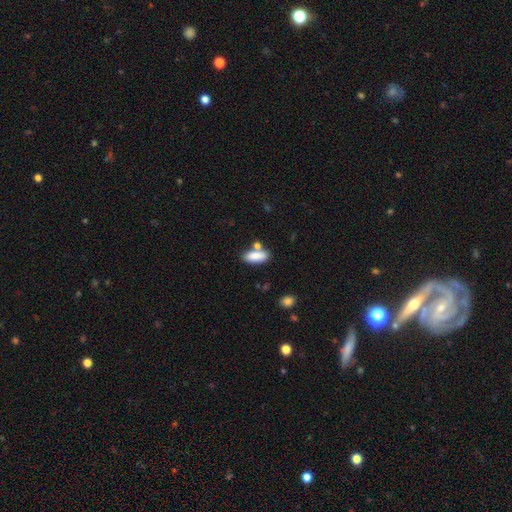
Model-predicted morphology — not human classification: This appears to be a smooth galaxy with no disk features (86%) that is in between round and cigar-shaped (75%). Merging: none (62%).